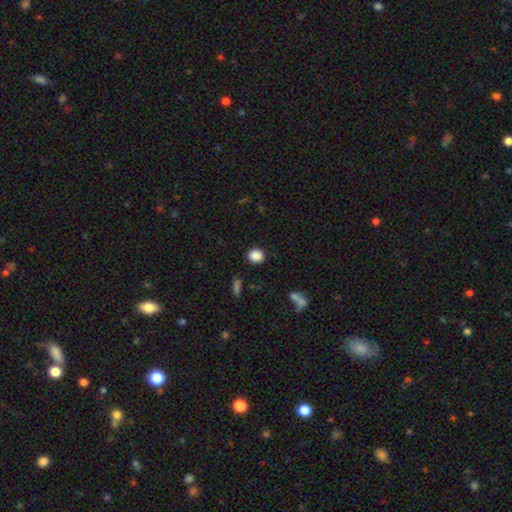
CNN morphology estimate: smooth 88%, star or artifact 9%, featured or disk 3%. Down the decision tree: how rounded — round (75%); merging — none (88%).